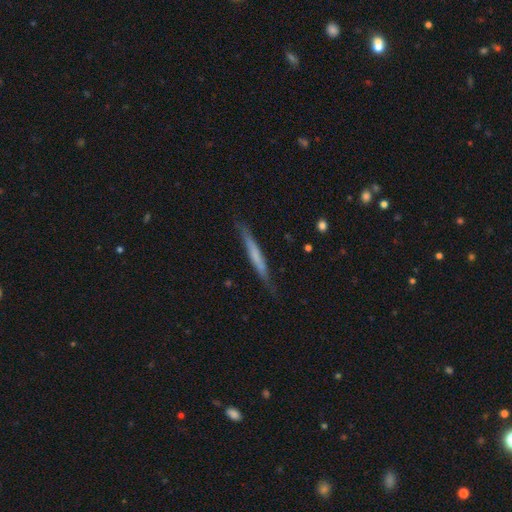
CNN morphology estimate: A smooth galaxy with no disk features (49%).

Vote fractions:
- Smooth or featured? smooth: 49% / featured or disk: 45% / star or artifact: 6%
- Merging? none: 81% / minor disturbance: 15% / major disturbance: 3% / merger: 1%